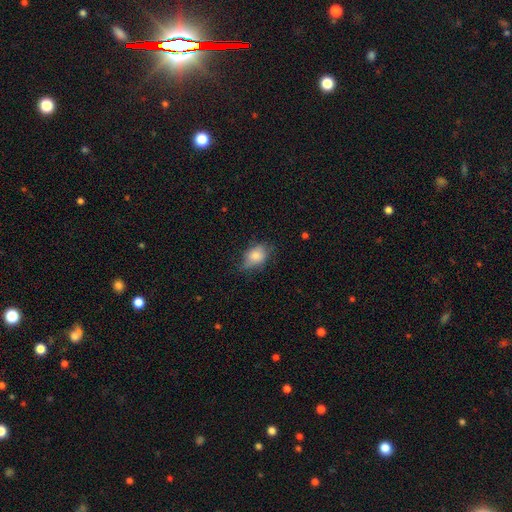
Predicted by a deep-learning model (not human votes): A smooth galaxy with no disk features (78%) that is in between round and cigar-shaped (75%).

Vote fractions:
- Smooth or featured? smooth: 78% / featured or disk: 13% / star or artifact: 9%
- How rounded? in between: 75% / round: 23% / cigar-shaped: 2%
- Merging? none: 50% / minor disturbance: 36% / major disturbance: 12% / merger: 2%